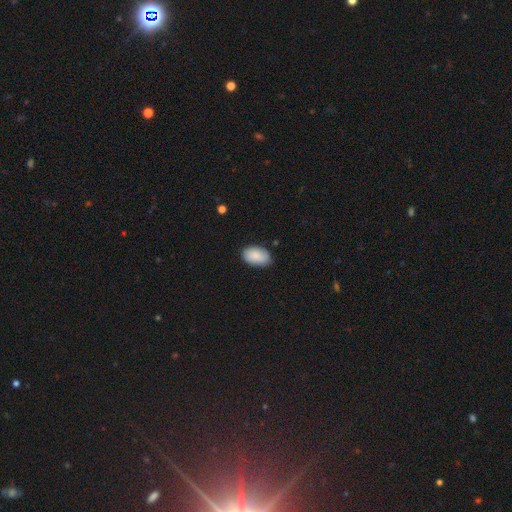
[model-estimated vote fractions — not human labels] smooth 87%, featured or disk 7%, star or artifact 6%. Down the decision tree: how rounded — in between (93%); merging — none (81%).